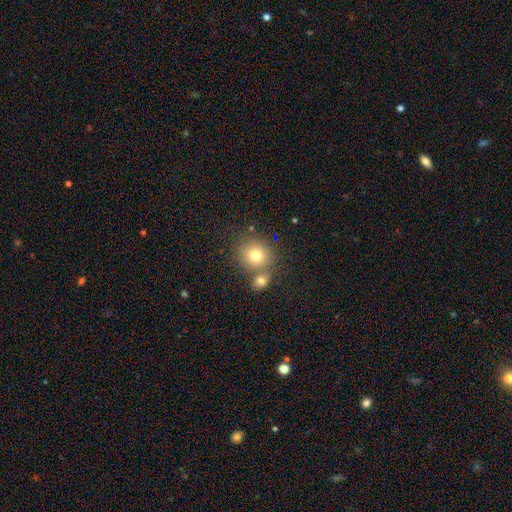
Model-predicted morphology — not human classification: The model was most divided on "merging": none: 58%, merger: 30%, minor disturbance: 9%, major disturbance: 3%. More confident: how rounded — round (85%); smooth or featured — smooth (76%).